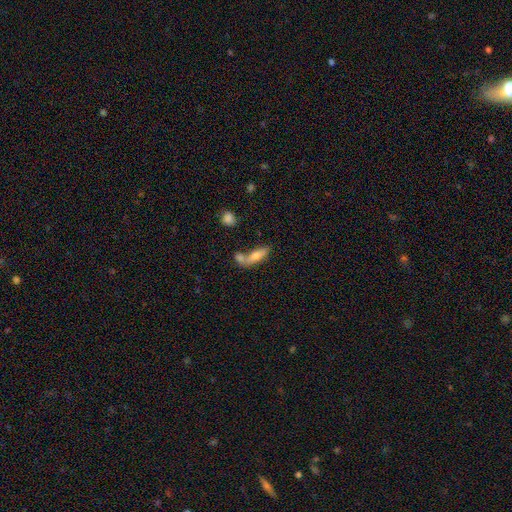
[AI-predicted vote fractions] smooth_or_featured: smooth (p=0.68) [alt: featured or disk p=0.24]
how_rounded: in between (p=0.51) [alt: cigar-shaped p=0.46]
merging: merger (p=0.42) [alt: none p=0.38]